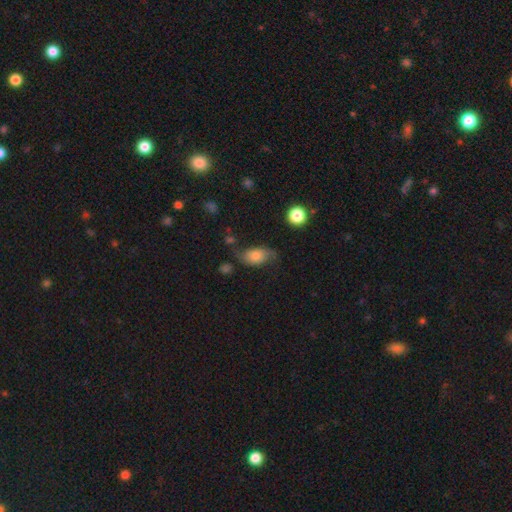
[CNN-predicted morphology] Smooth or featured? Predicted: smooth (p=0.50). Merging? Predicted: none (p=0.54).